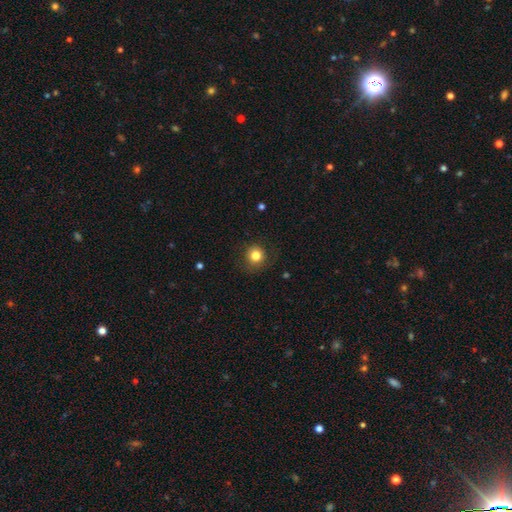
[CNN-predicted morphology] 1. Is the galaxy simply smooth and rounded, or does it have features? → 82% smooth, 12% star or artifact, 7% featured or disk.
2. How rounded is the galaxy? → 92% round, 7% in between, 1% cigar-shaped.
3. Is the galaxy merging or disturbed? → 84% none, 11% minor disturbance, 4% major disturbance, 1% merger.